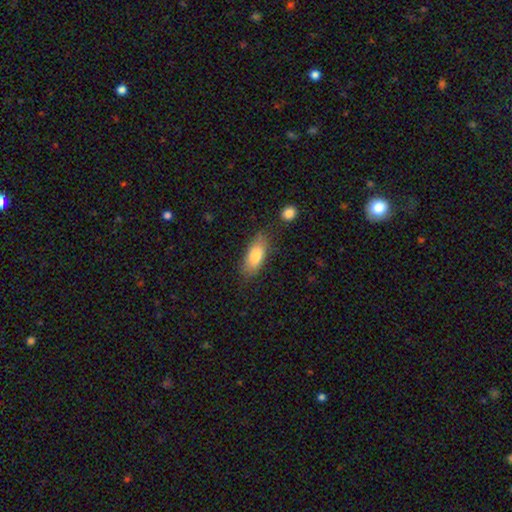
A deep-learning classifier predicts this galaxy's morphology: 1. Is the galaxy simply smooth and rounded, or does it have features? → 79% smooth, 14% featured or disk, 7% star or artifact.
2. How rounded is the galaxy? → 80% in between, 17% cigar-shaped, 3% round.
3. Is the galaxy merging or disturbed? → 73% none, 19% minor disturbance, 5% major disturbance, 3% merger.